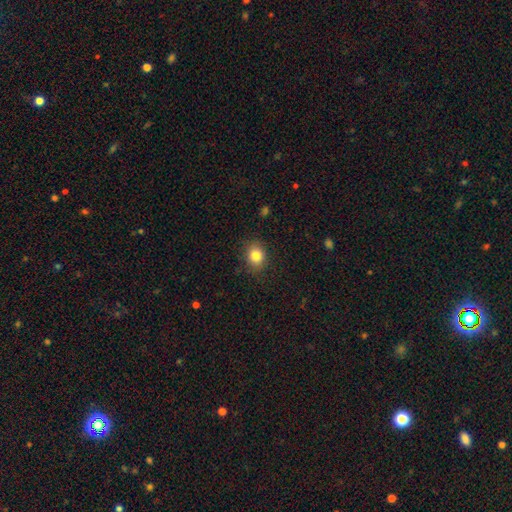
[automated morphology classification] smooth 83%, star or artifact 10%, featured or disk 7%. Down the decision tree: how rounded — round (57%); merging — none (86%).